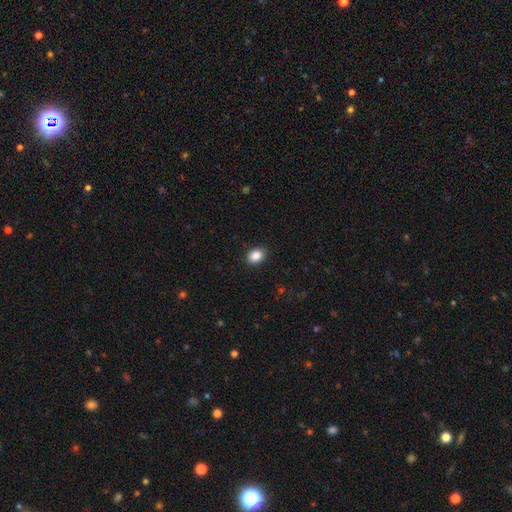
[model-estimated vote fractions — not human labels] This is clearly a smooth galaxy (88%). How rounded: likely in between (65%). Merging: clearly none (90%).